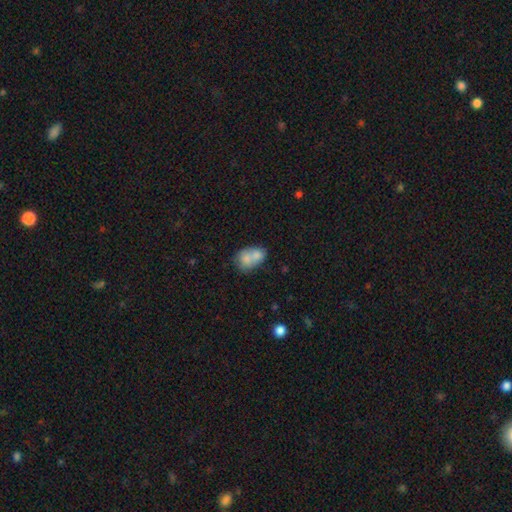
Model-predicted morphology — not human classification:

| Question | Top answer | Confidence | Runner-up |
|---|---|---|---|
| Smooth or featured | smooth | 73% | featured or disk (19%) |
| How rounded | in between | 67% | round (32%) |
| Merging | merger | 63% | none (23%) |